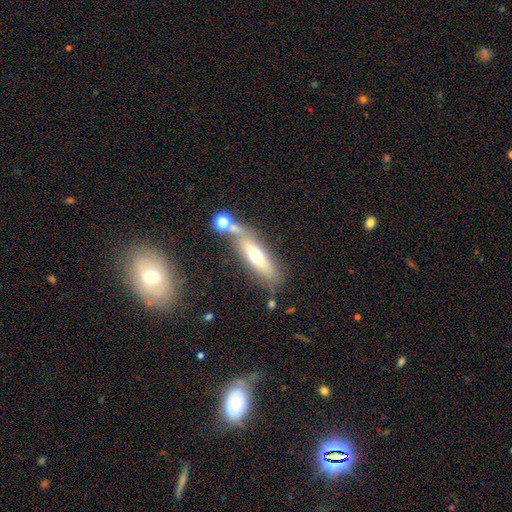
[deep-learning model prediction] smooth-or-featured: smooth: 53% | featured or disk: 38% | star or artifact: 9%
  how-rounded: cigar-shaped: 56% | in between: 41% | round: 3%
  merging: none: 57% | minor disturbance: 18% | merger: 17% | major disturbance: 8%